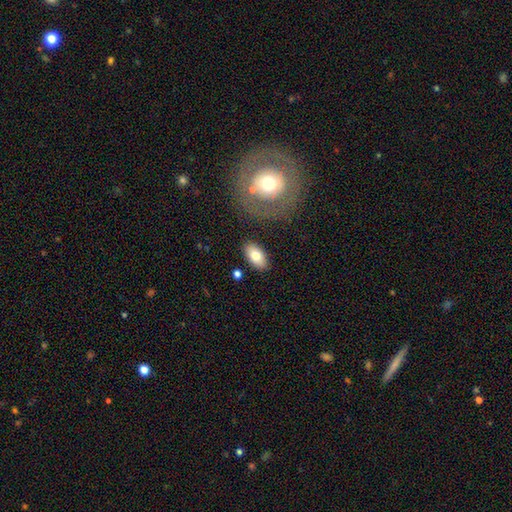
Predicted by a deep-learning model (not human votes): A smooth galaxy with no disk features (76%) that is in between round and cigar-shaped (92%).

Vote fractions:
- Smooth or featured? smooth: 76% / featured or disk: 17% / star or artifact: 7%
- How rounded? in between: 92% / round: 4% / cigar-shaped: 3%
- Merging? none: 84% / minor disturbance: 10% / merger: 4% / major disturbance: 3%